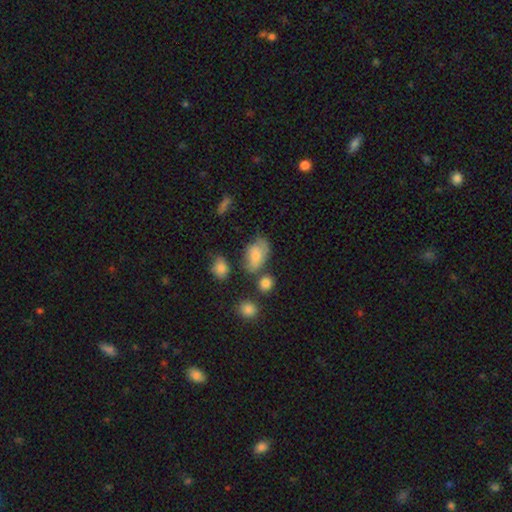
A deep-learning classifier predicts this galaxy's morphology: Smooth or featured? smooth (69%)
How rounded? in between (88%)
Merging? none (47%)